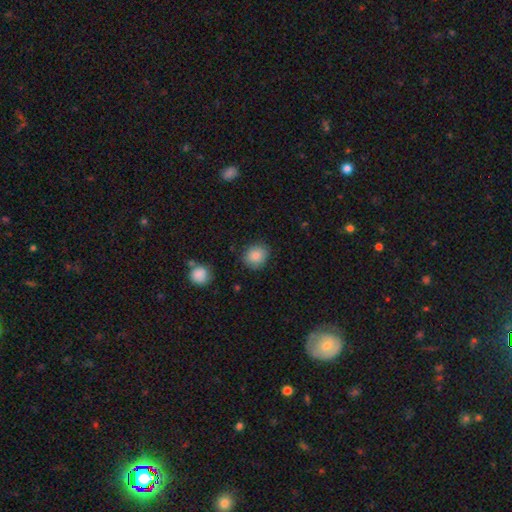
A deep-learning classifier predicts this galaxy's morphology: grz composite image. It shows a smooth galaxy with no disk features (86%) that is round (72%). Merging: none (83%).